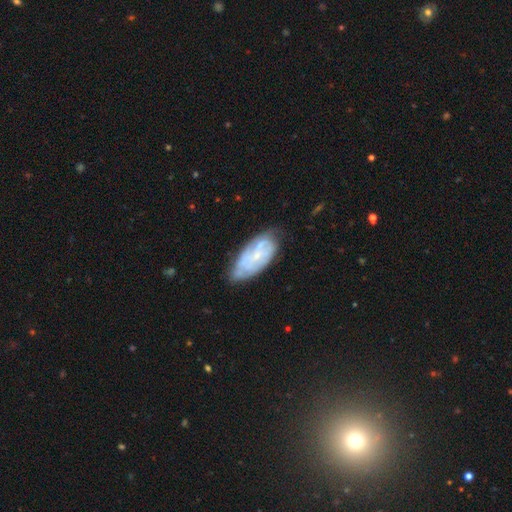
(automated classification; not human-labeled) Morphology: type=featured or disk (62%); edge-on=no (92%); bar=no (66%); spiral arms=yes (72%); bulge=small (72%); merging=none (64%).